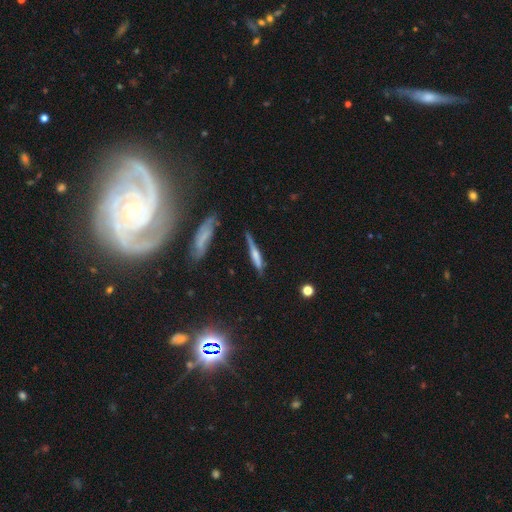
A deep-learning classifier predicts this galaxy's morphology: This appears to be a featured or disk galaxy (48%). Merging: none (64%).